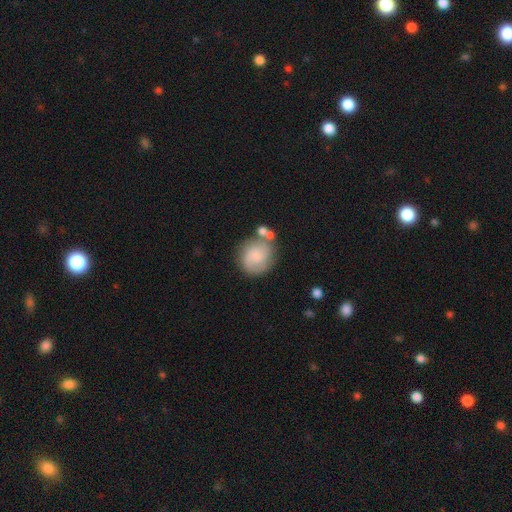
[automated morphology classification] type=smooth (48%); merging=none (58%).